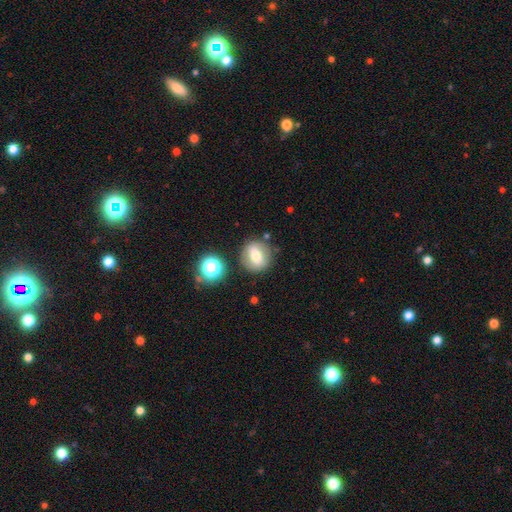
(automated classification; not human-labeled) Smooth or featured?
  - smooth: 60% *
  - featured or disk: 29%
  - star or artifact: 11%
How rounded?
  - round: 81% *
  - in between: 18%
  - cigar-shaped: 1%
Merging?
  - none: 80% *
  - minor disturbance: 11%
  - merger: 5%
  - major disturbance: 4%